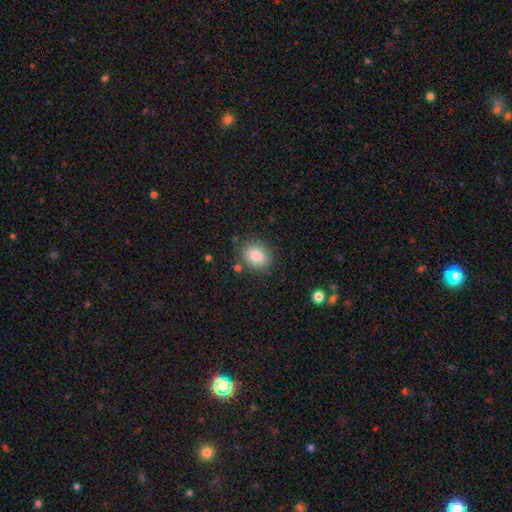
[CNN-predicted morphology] Smooth or featured?
  - smooth: 85% *
  - star or artifact: 8%
  - featured or disk: 6%
How rounded?
  - in between: 50% *
  - round: 49%
  - cigar-shaped: 1%
Merging?
  - none: 80% *
  - minor disturbance: 13%
  - major disturbance: 4%
  - merger: 3%